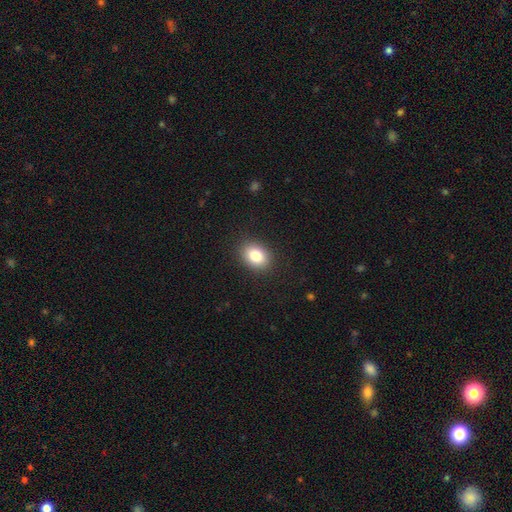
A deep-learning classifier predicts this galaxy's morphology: Smooth or featured: smooth — 83% (star or artifact — 9%)
How rounded: in between — 68% (round — 31%)
Merging: none — 89% (minor disturbance — 8%)